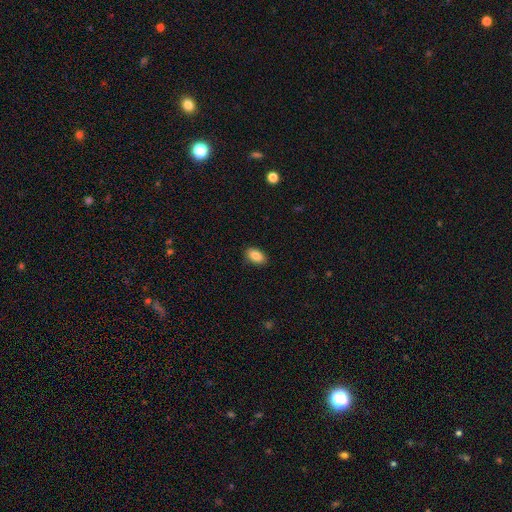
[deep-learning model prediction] A smooth galaxy with no disk features (87%) that is in between round and cigar-shaped (92%).

Vote fractions:
- Smooth or featured? smooth: 87% / star or artifact: 8% / featured or disk: 6%
- How rounded? in between: 92% / round: 6% / cigar-shaped: 2%
- Merging? none: 87% / minor disturbance: 10% / major disturbance: 2% / merger: 1%